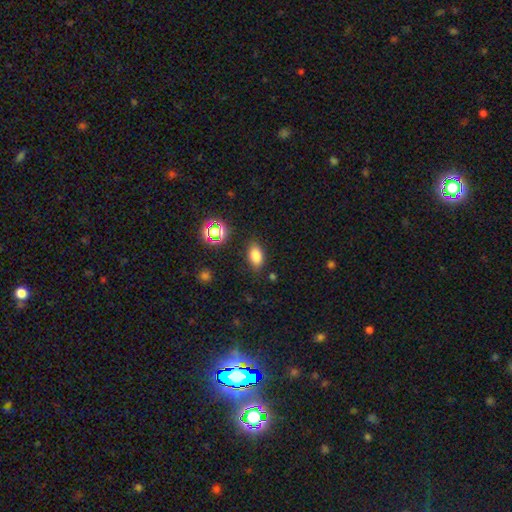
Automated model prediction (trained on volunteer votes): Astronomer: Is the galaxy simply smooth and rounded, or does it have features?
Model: smooth — 79%.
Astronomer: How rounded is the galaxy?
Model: in between — 86%.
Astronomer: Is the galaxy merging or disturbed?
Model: none — 83%.